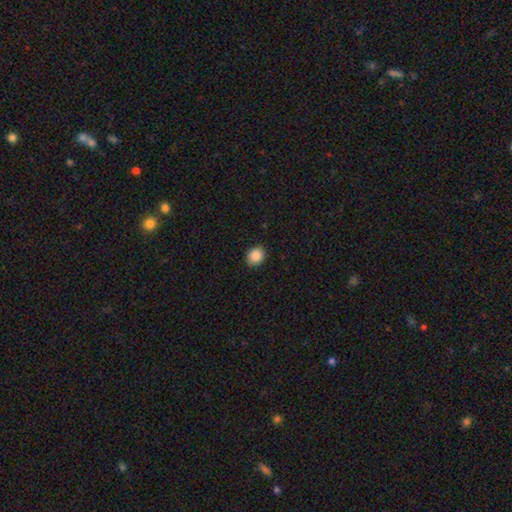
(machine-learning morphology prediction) smooth 89%, star or artifact 9%, featured or disk 3%. Down the decision tree: how rounded — round (61%); merging — none (90%).